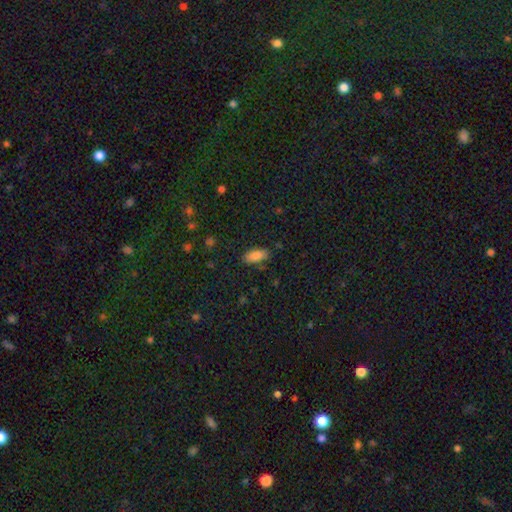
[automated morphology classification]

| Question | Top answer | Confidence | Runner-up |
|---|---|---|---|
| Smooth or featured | smooth | 84% | star or artifact (8%) |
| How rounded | in between | 86% | cigar-shaped (12%) |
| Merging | none | 83% | minor disturbance (13%) |